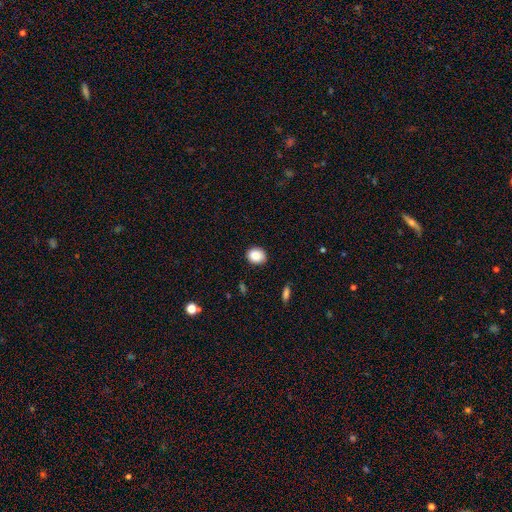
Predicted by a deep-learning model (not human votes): Smooth or featured? Predicted: smooth (p=0.88). How rounded? Predicted: round (p=0.61). Merging? Predicted: none (p=0.89).